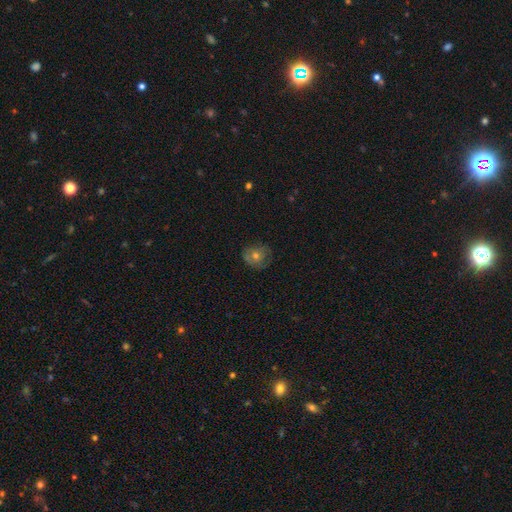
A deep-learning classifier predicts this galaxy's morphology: Smooth or featured? Predicted: smooth (p=0.46). Merging? Predicted: none (p=0.72).